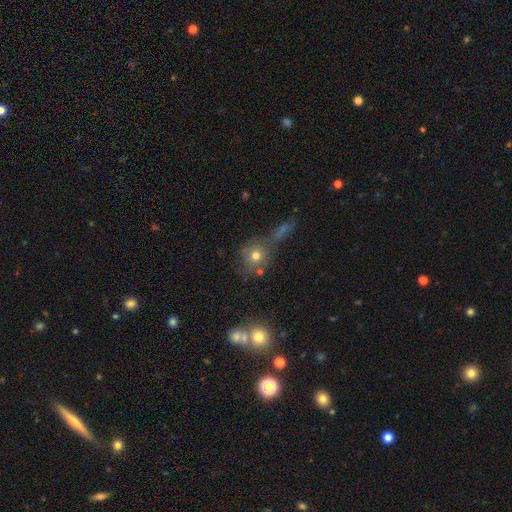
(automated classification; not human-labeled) The model was most divided on "merging": none: 53%, merger: 27%, minor disturbance: 13%, major disturbance: 8%. More confident: how rounded — round (81%); smooth or featured — smooth (69%).